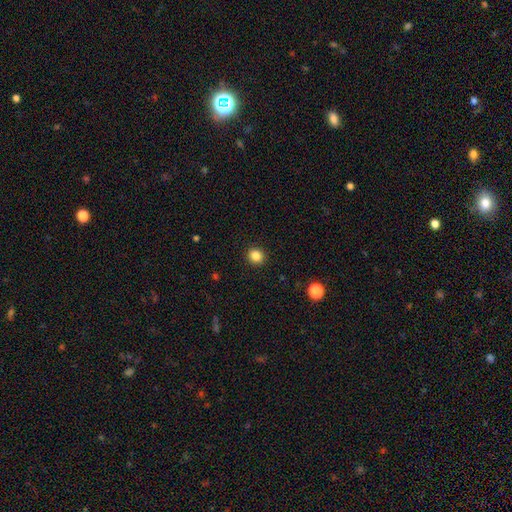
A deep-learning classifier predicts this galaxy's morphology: Smooth or featured: smooth — 84% (star or artifact — 11%)
How rounded: round — 86% (in between — 14%)
Merging: none — 92% (minor disturbance — 5%)